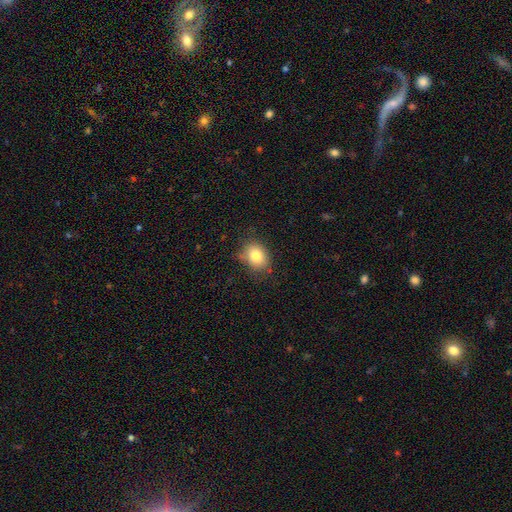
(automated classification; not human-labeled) Morphology: type=smooth (79%); roundness=round (50%); merging=none (73%).